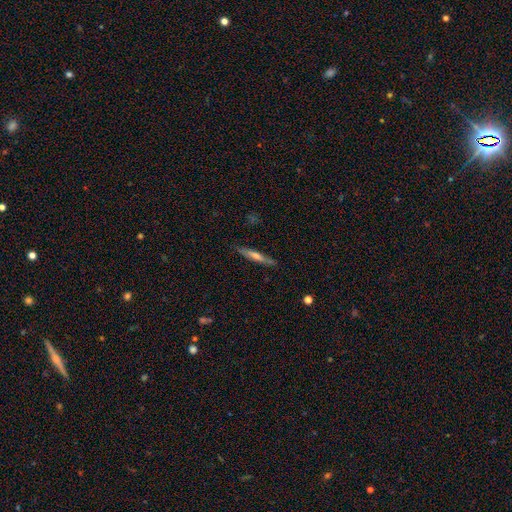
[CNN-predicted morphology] smooth_or_featured: featured or disk (p=0.61) [alt: smooth p=0.32]
disk_edge_on: yes (p=0.95) [alt: no p=0.05]
edge_on_bulge: rounded (p=0.73) [alt: none p=0.21]
merging: none (p=0.88) [alt: minor disturbance p=0.09]